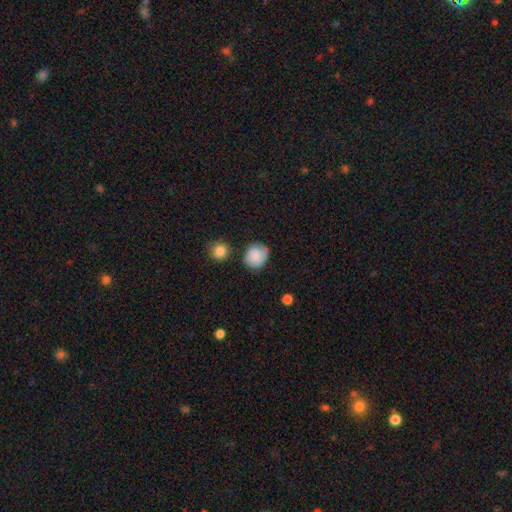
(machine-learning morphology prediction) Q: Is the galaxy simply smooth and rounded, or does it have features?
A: smooth — 77%.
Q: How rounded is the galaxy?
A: round — 77%.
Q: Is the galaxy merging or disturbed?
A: none — 67%.